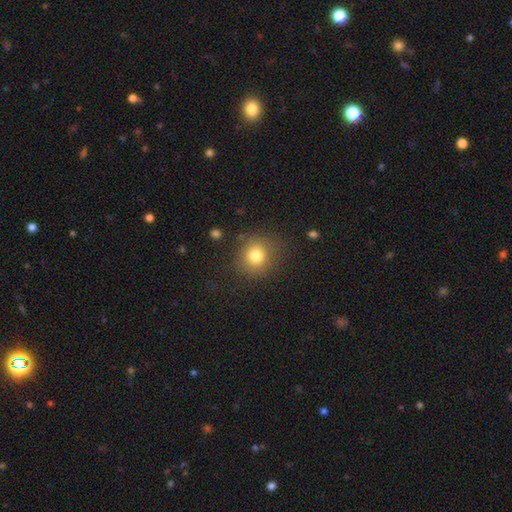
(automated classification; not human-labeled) smooth-or-featured: smooth: 79% | star or artifact: 12% | featured or disk: 9%
  how-rounded: round: 85% | in between: 14% | cigar-shaped: 1%
  merging: none: 81% | minor disturbance: 12% | major disturbance: 5% | merger: 2%